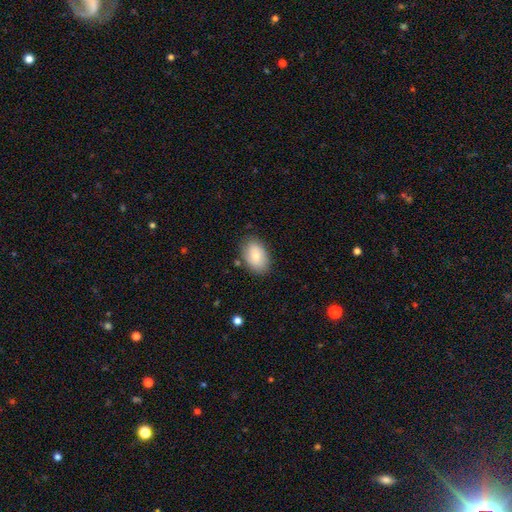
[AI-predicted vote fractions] A smooth galaxy with no disk features (79%) that is in between round and cigar-shaped (89%). Merging: none (82%).